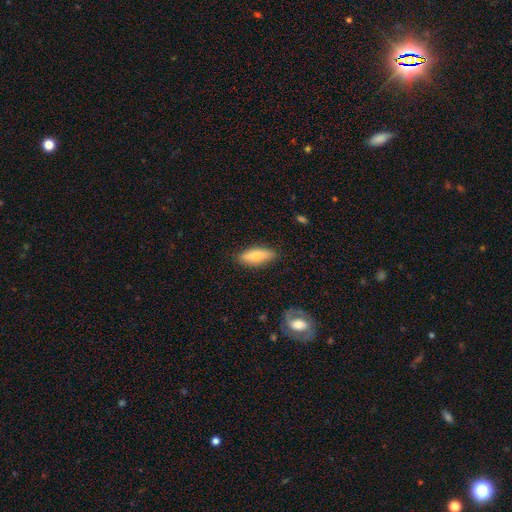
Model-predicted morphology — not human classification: Smooth or featured? smooth (67%)
How rounded? in between (58%)
Merging? none (84%)